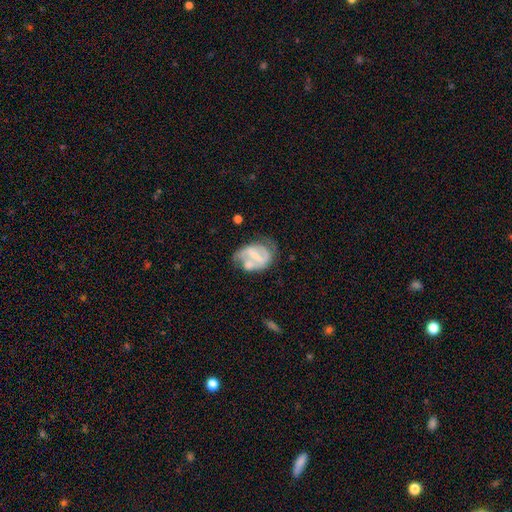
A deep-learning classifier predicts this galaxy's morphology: Smooth or featured? featured or disk (64%)
Edge-on disk? no (96%)
Bar? weak (39%)
Spiral arms? yes (58%)
Bulge size? small (43%)
Merging? none (32%)